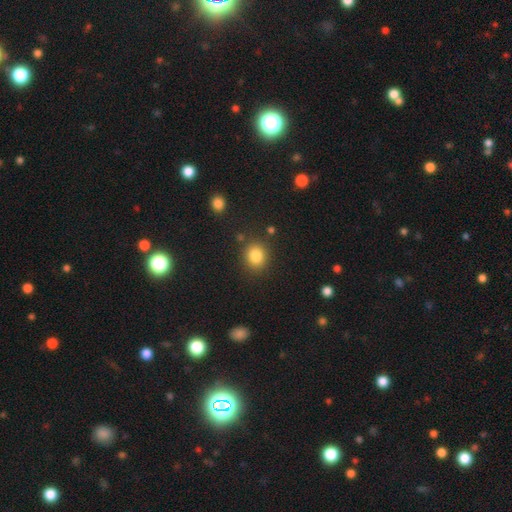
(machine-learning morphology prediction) A smooth galaxy with no disk features (83%) that is round (76%).

Vote fractions:
- Smooth or featured? smooth: 83% / star or artifact: 11% / featured or disk: 6%
- How rounded? round: 76% / in between: 23% / cigar-shaped: 1%
- Merging? none: 84% / minor disturbance: 9% / merger: 4% / major disturbance: 3%